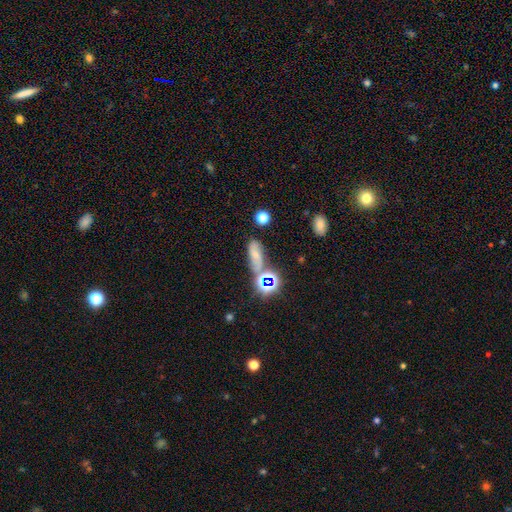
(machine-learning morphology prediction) The model was most divided on "smooth or featured": smooth: 47%, featured or disk: 27%, star or artifact: 26%. More confident: merging — none (54%).